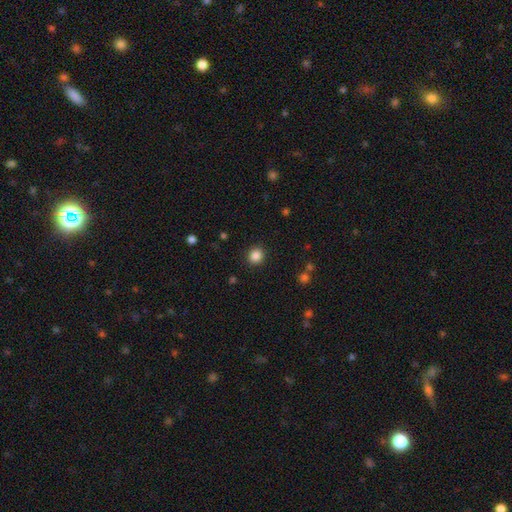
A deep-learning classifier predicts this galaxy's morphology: Smooth or featured?
  - smooth: 85% *
  - star or artifact: 11%
  - featured or disk: 4%
How rounded?
  - round: 88% *
  - in between: 11%
  - cigar-shaped: 1%
Merging?
  - none: 91% *
  - minor disturbance: 6%
  - major disturbance: 2%
  - merger: 1%